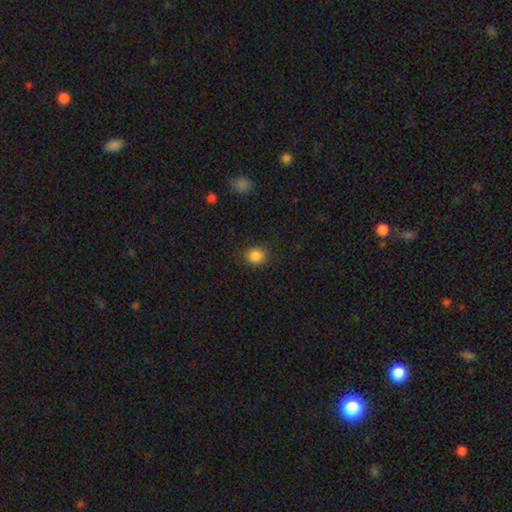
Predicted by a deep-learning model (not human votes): Morphology: type=smooth (86%); roundness=round (77%); merging=none (86%).